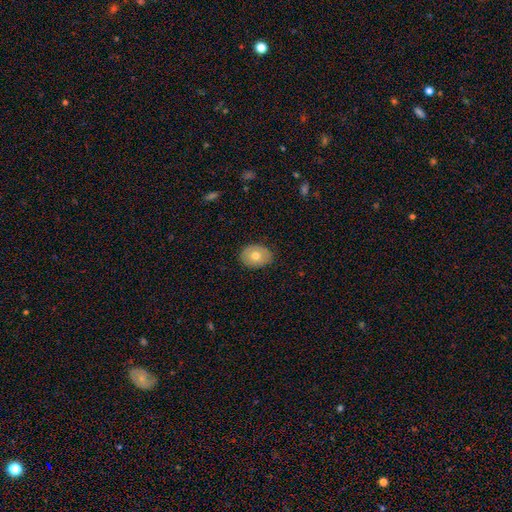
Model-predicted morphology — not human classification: Smooth or featured?
  - smooth: 68% *
  - featured or disk: 25%
  - star or artifact: 7%
How rounded?
  - in between: 67% *
  - round: 32%
  - cigar-shaped: 1%
Merging?
  - none: 85% *
  - minor disturbance: 12%
  - major disturbance: 2%
  - merger: 1%